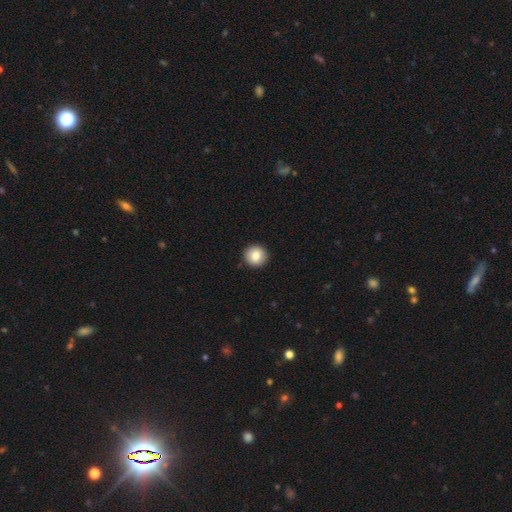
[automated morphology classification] Q: Smooth or featured?
A: smooth (84%); runner-up: star or artifact (8%)
Q: How rounded?
A: round (94%); runner-up: in between (5%)
Q: Merging?
A: none (93%); runner-up: minor disturbance (5%)